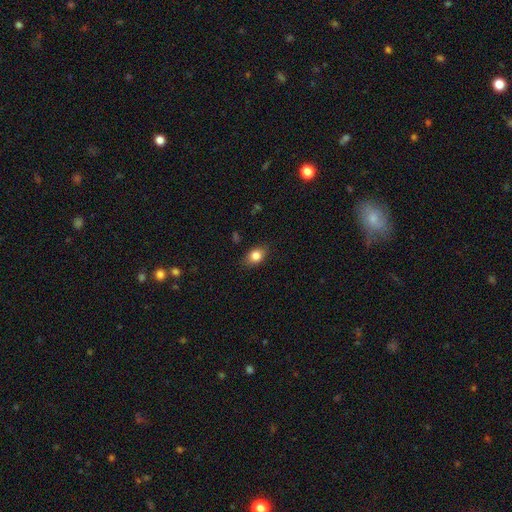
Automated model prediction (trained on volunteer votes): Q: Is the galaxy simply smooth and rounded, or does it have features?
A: smooth — 81%.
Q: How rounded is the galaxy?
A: in between — 73%.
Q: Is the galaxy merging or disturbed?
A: none — 82%.